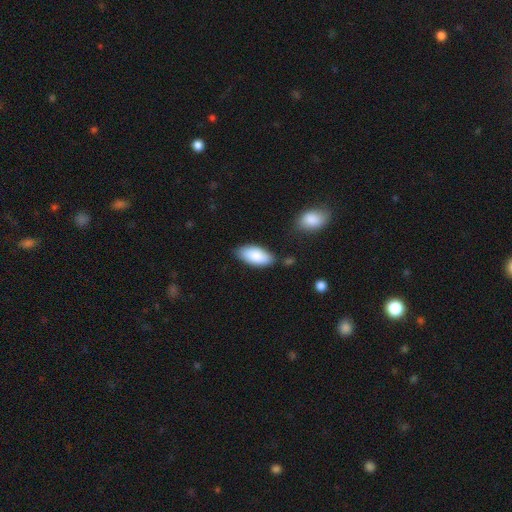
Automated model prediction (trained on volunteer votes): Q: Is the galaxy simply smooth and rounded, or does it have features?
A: smooth — 87%.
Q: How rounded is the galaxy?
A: in between — 91%.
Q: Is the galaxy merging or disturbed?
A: none — 78%.